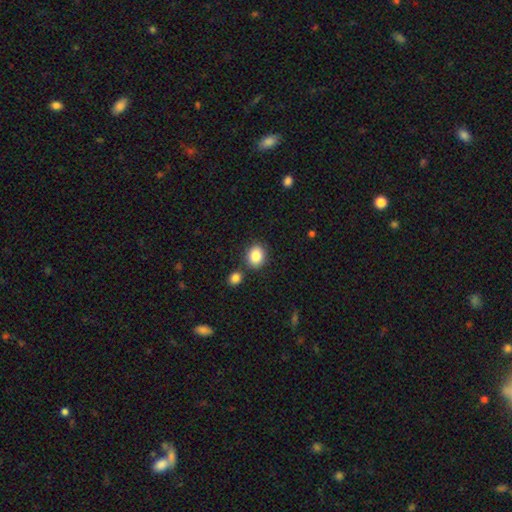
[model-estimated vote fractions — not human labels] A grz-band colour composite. It shows a smooth galaxy with no disk features (86%) that is round (55%). Merging: none (78%).